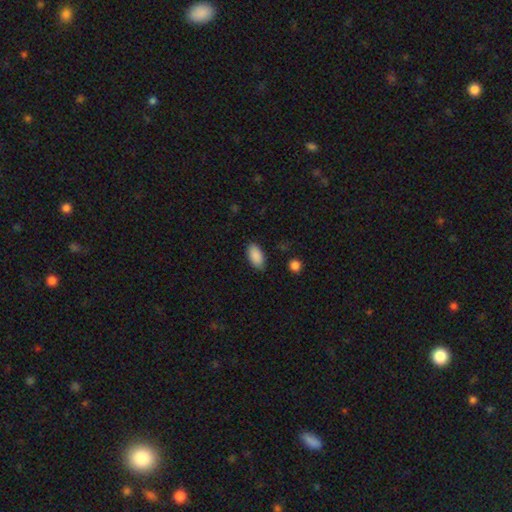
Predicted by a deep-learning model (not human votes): smooth-or-featured: smooth: 90% | star or artifact: 7% | featured or disk: 4%
  how-rounded: in between: 93% | cigar-shaped: 4% | round: 3%
  merging: none: 85% | minor disturbance: 12% | major disturbance: 3% | merger: 1%